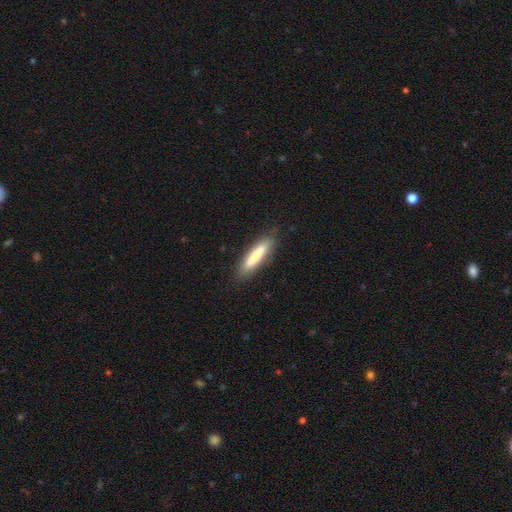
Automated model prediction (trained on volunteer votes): smooth 77%, featured or disk 16%, star or artifact 6%. Down the decision tree: how rounded — cigar-shaped (82%); merging — none (85%).